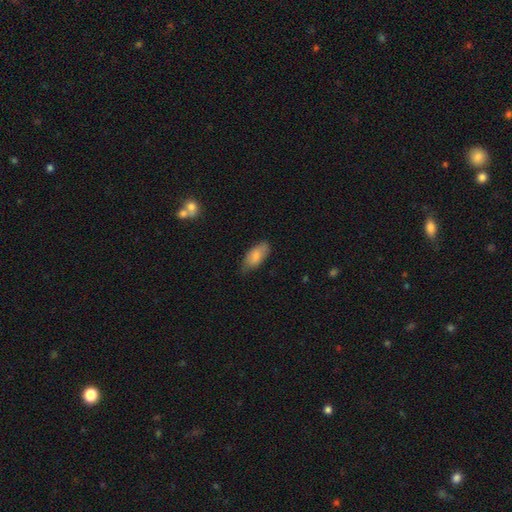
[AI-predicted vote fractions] The model was most divided on "merging": none: 67%, minor disturbance: 27%, major disturbance: 4%, merger: 1%. More confident: how rounded — in between (90%); smooth or featured — smooth (79%).